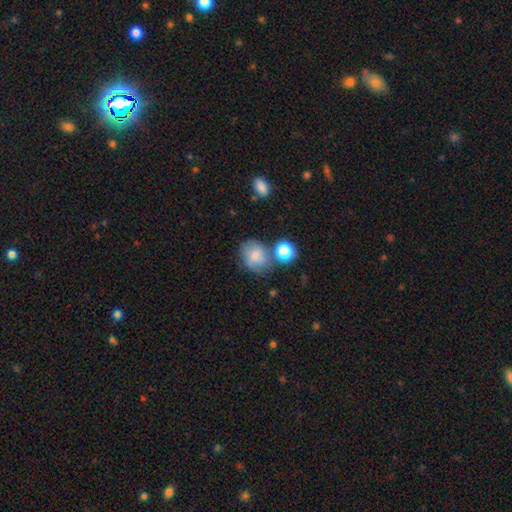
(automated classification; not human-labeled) Morphology: type=smooth (67%); roundness=round (62%); merging=none (51%).